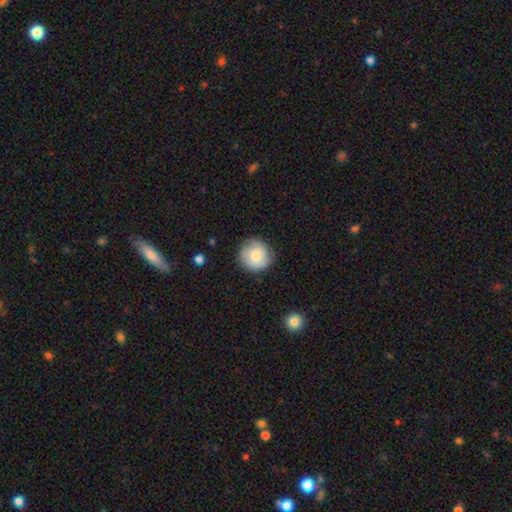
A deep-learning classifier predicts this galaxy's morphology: Smooth or featured? smooth (76%)
How rounded? round (93%)
Merging? none (82%)